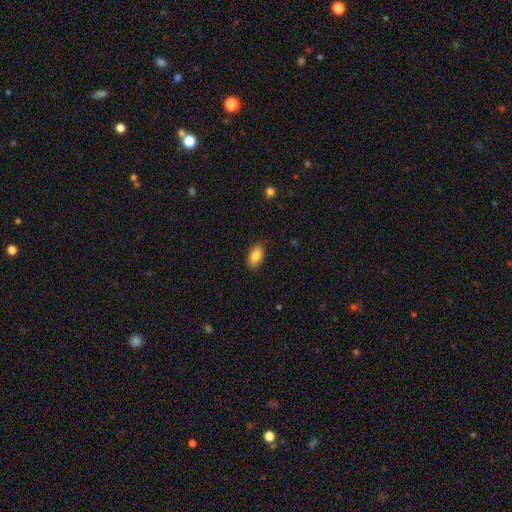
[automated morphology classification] smooth_or_featured: smooth (p=0.84) [alt: featured or disk p=0.08]
how_rounded: in between (p=0.91) [alt: round p=0.06]
merging: none (p=0.82) [alt: minor disturbance p=0.14]